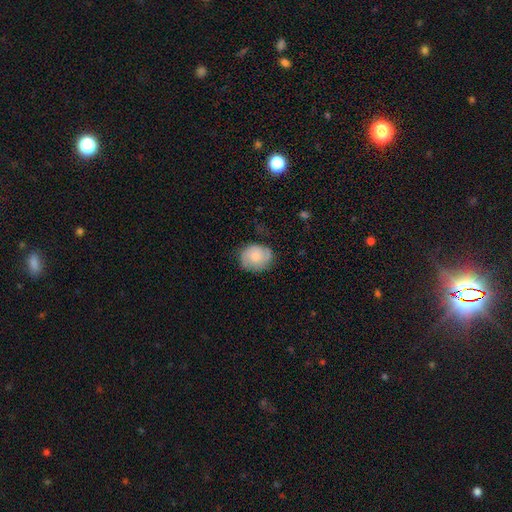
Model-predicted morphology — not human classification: smooth 54%, featured or disk 39%, star or artifact 7%. Down the decision tree: how rounded — round (64%); merging — none (71%).